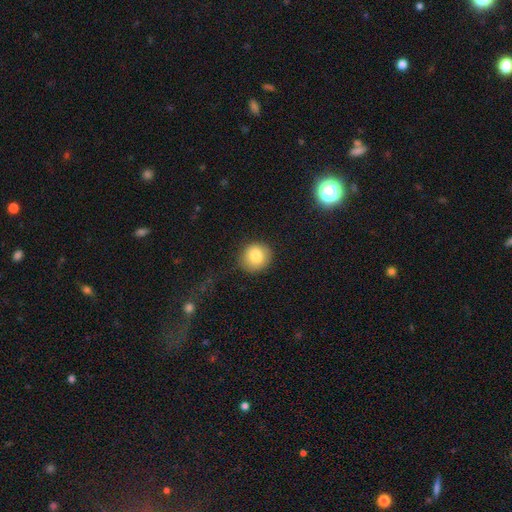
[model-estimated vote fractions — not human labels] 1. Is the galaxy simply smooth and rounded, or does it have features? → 83% smooth, 9% star or artifact, 8% featured or disk.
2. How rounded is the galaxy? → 90% round, 9% in between, 1% cigar-shaped.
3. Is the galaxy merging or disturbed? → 85% none, 11% minor disturbance, 3% major disturbance, 1% merger.